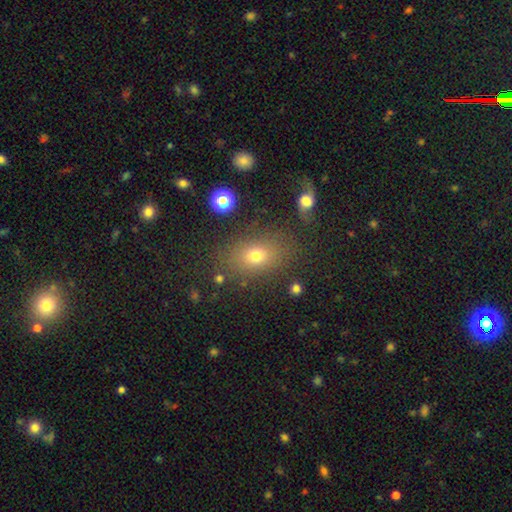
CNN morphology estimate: This appears to be a smooth galaxy with no disk features (71%) that is in between round and cigar-shaped (71%). Merging: none (79%).